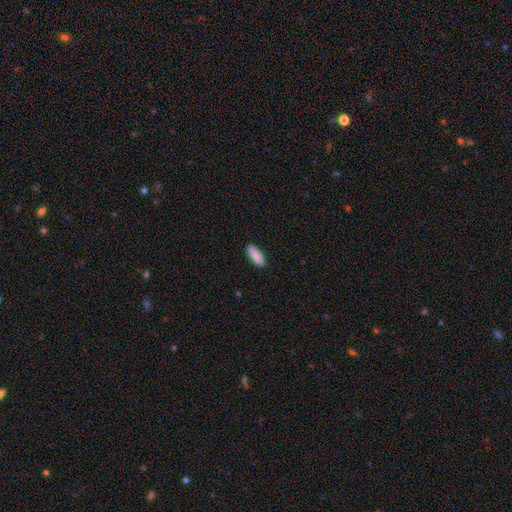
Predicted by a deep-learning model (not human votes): This appears to be a smooth galaxy with no disk features (89%) that is in between round and cigar-shaped (79%). Merging: none (90%).